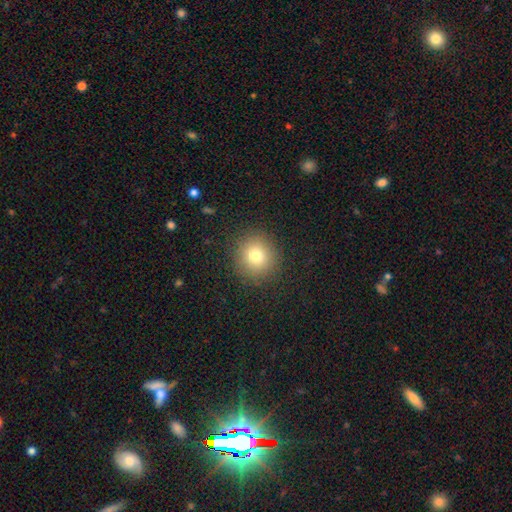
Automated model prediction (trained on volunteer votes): Smooth or featured? Predicted: smooth (p=0.76). How rounded? Predicted: round (p=0.91). Merging? Predicted: none (p=0.90).